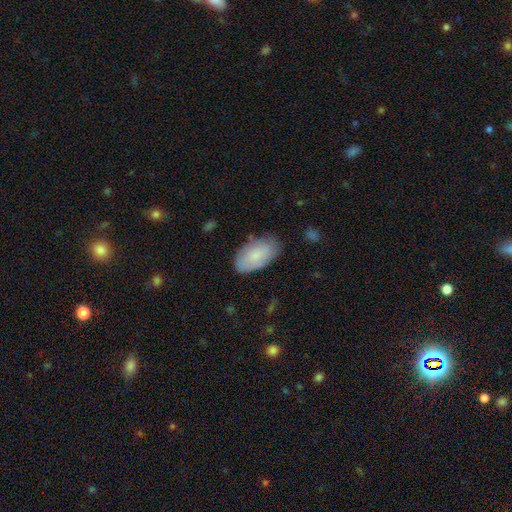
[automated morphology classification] Smooth or featured? smooth (79%)
How rounded? in between (95%)
Merging? none (76%)